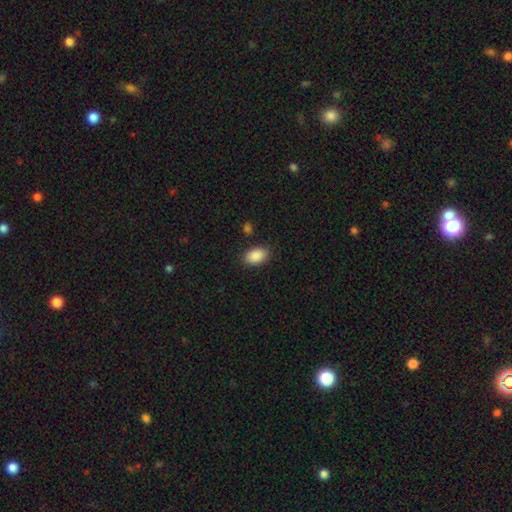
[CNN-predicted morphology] This is clearly a smooth galaxy (90%). How rounded: clearly in between (90%). Merging: clearly none (86%).